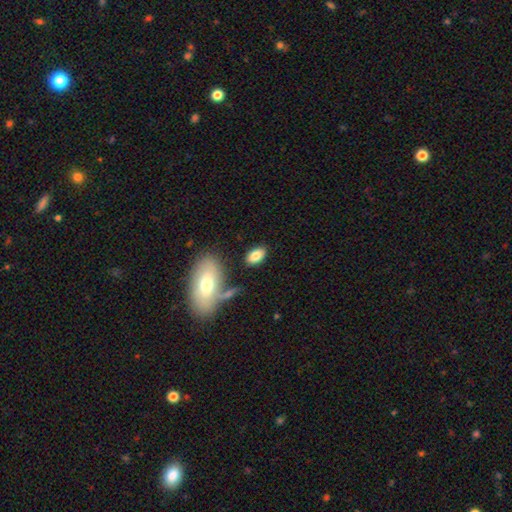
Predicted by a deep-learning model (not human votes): smooth 81%, featured or disk 12%, star or artifact 8%. Down the decision tree: how rounded — in between (90%); merging — none (79%).